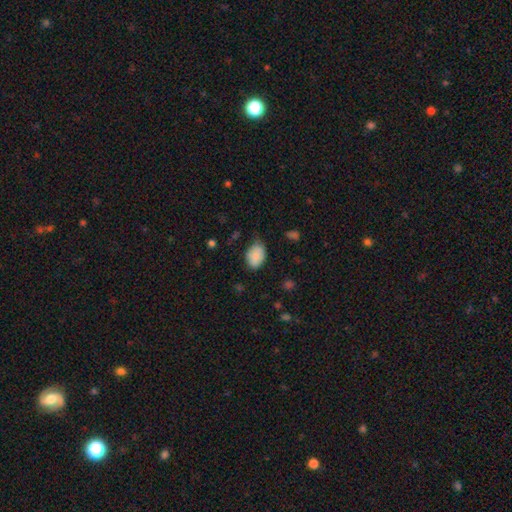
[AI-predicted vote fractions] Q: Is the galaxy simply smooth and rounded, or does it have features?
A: smooth — 84%.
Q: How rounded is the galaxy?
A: in between — 80%.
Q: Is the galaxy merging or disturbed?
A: none — 62%.